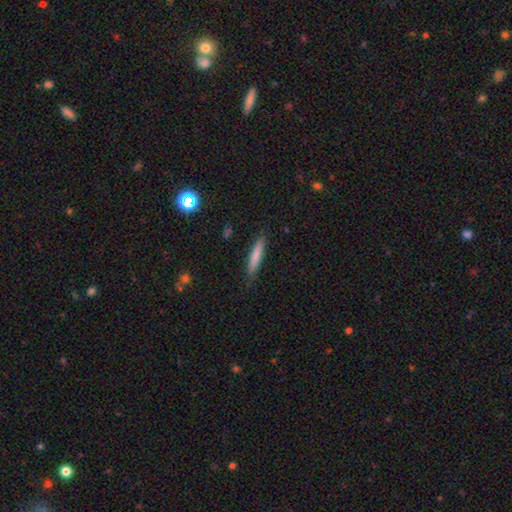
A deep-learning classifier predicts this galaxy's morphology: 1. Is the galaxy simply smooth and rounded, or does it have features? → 78% smooth, 15% featured or disk, 7% star or artifact.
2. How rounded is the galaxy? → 89% cigar-shaped, 9% in between, 1% round.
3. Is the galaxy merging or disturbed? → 85% none, 11% minor disturbance, 2% major disturbance, 1% merger.